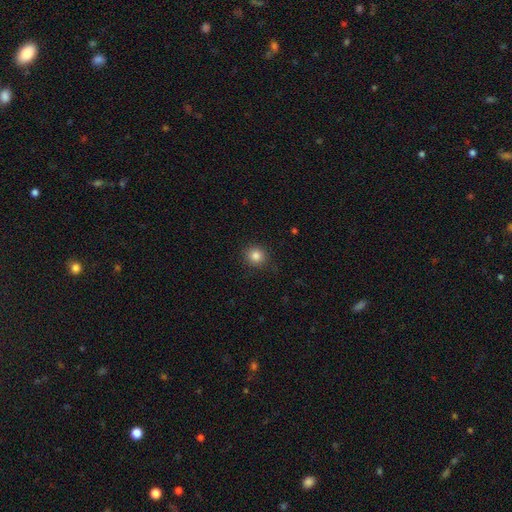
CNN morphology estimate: smooth_or_featured: smooth (p=0.84) [alt: star or artifact p=0.11]
how_rounded: round (p=0.90) [alt: in between p=0.09]
merging: none (p=0.88) [alt: minor disturbance p=0.08]